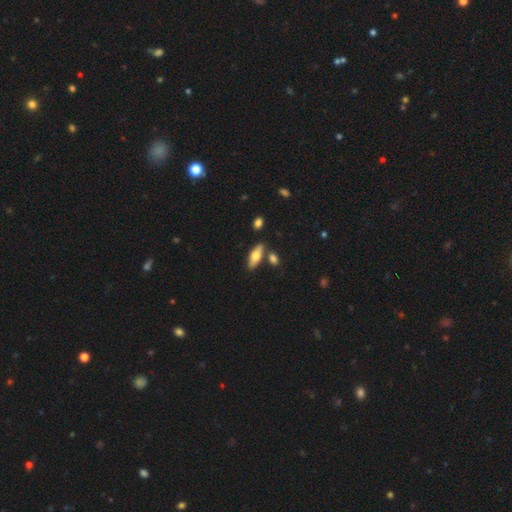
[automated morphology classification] smooth_or_featured: smooth (p=0.64) [alt: featured or disk p=0.30]
how_rounded: in between (p=0.73) [alt: cigar-shaped p=0.24]
merging: none (p=0.76) [alt: minor disturbance p=0.11]